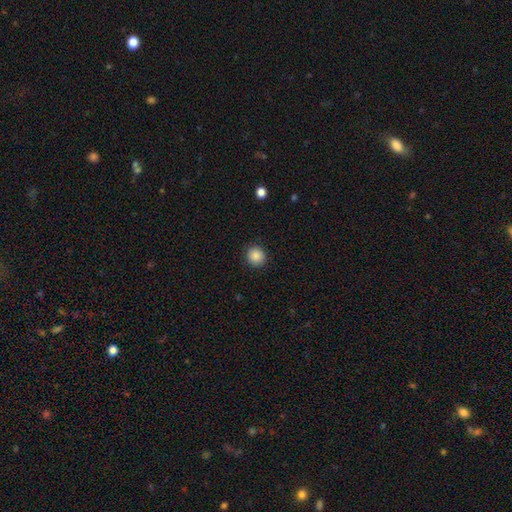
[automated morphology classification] Q: Smooth or featured?
A: smooth (87%); runner-up: star or artifact (9%)
Q: How rounded?
A: round (91%); runner-up: in between (8%)
Q: Merging?
A: none (90%); runner-up: minor disturbance (7%)